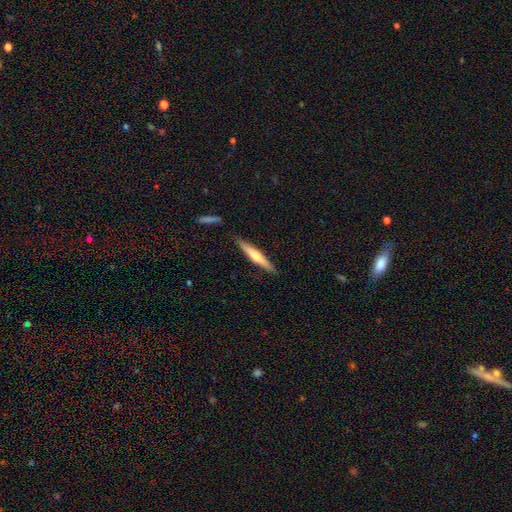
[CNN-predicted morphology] Overall: smooth (50%; featured or disk 45%). Merging: none (87%).